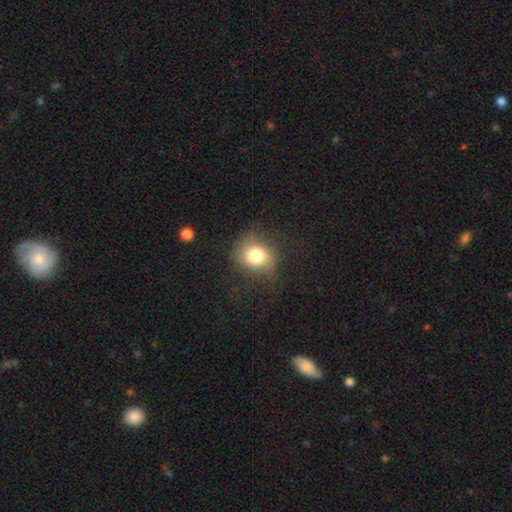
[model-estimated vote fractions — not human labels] A smooth galaxy with no disk features (78%) that is round (73%).

Vote fractions:
- Smooth or featured? smooth: 78% / featured or disk: 11% / star or artifact: 11%
- How rounded? round: 73% / in between: 26% / cigar-shaped: 1%
- Merging? none: 70% / minor disturbance: 19% / major disturbance: 10% / merger: 1%